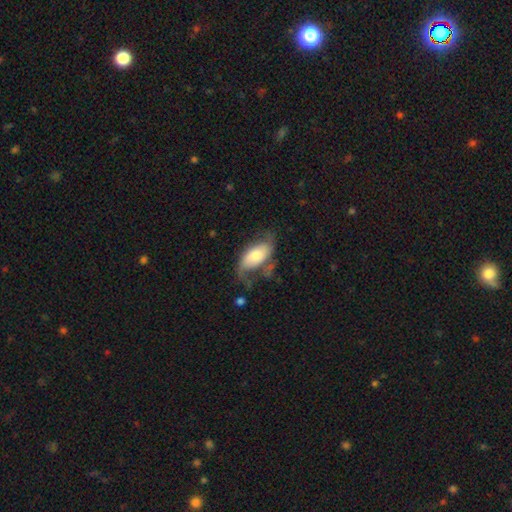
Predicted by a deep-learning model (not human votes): Overall: featured or disk (54%; smooth 40%). Edge-on disk: no (91%). Merging: none (45%; minor disturbance 27%).